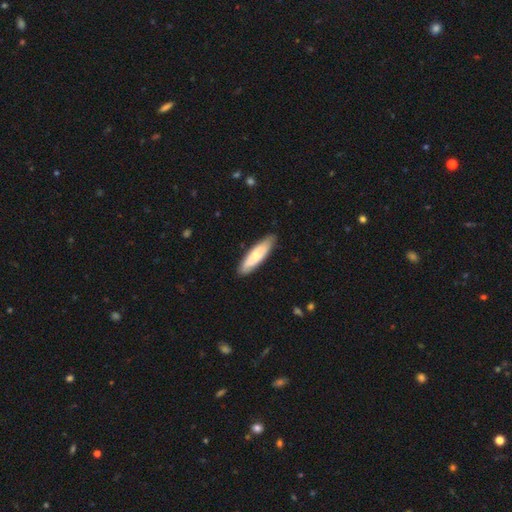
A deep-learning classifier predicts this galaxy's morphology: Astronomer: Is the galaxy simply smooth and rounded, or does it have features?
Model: smooth — 66%.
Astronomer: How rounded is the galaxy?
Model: cigar-shaped — 63%.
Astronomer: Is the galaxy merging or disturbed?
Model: none — 85%.